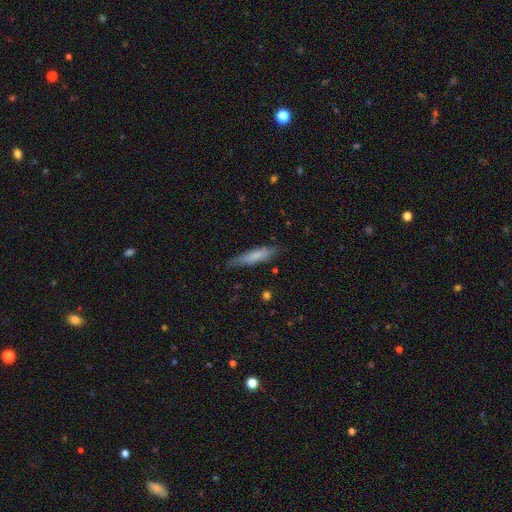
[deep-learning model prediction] Morphology: type=smooth (71%); roundness=cigar-shaped (82%); merging=none (76%).